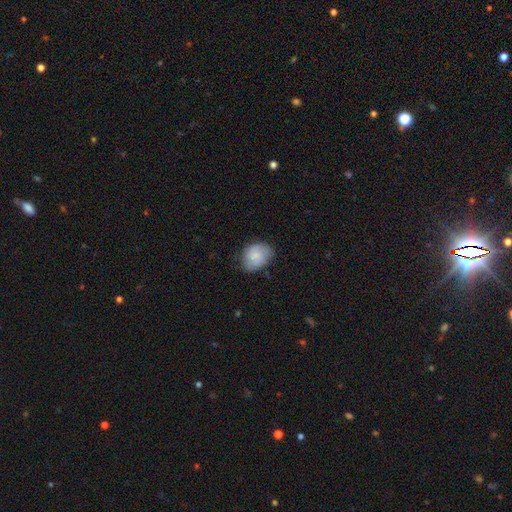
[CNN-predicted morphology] A smooth galaxy with no disk features (72%) that is in between round and cigar-shaped (58%). Merging: none (65%).